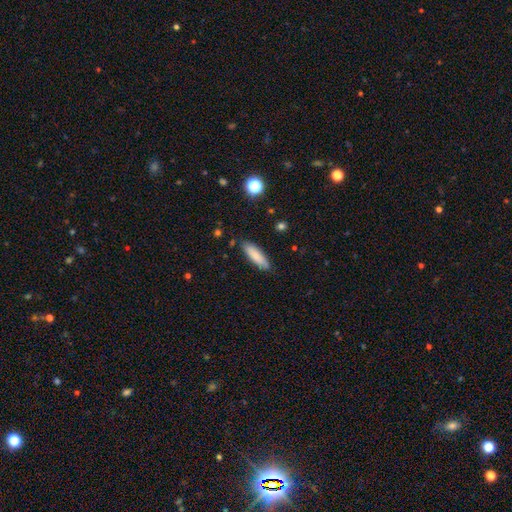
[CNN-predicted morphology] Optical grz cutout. It shows a smooth galaxy with no disk features (81%) that is cigar-shaped (54%). Merging: none (85%).